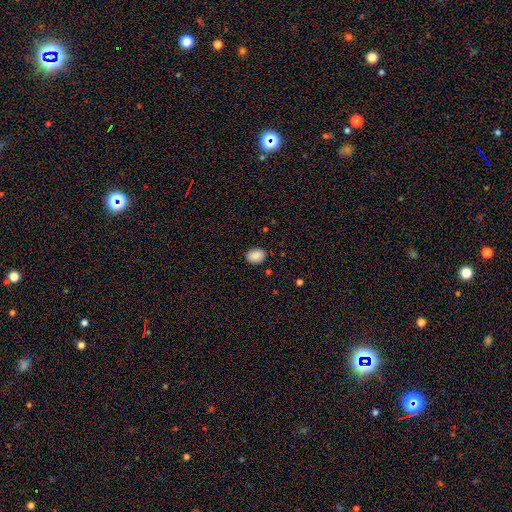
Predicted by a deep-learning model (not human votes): Q: Smooth or featured?
A: smooth (86%); runner-up: star or artifact (8%)
Q: How rounded?
A: round (50%); runner-up: in between (49%)
Q: Merging?
A: none (88%); runner-up: minor disturbance (9%)